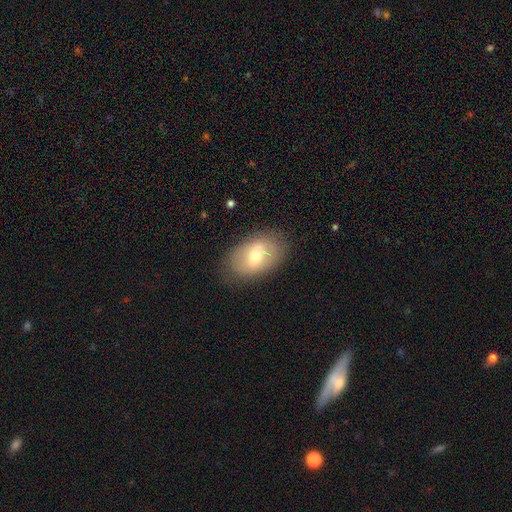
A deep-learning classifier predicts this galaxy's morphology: Smooth or featured? Predicted: smooth (p=0.56). How rounded? Predicted: in between (p=0.89). Merging? Predicted: none (p=0.83).